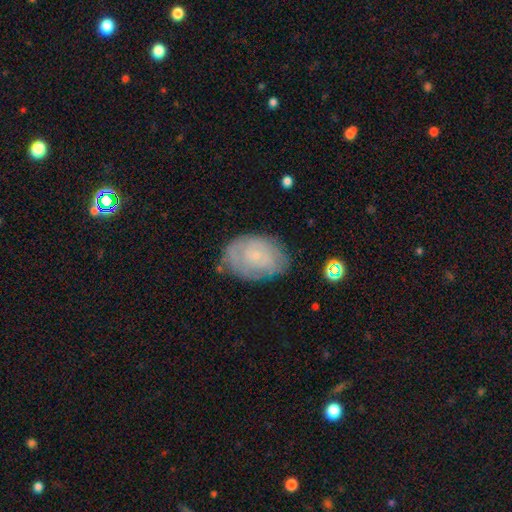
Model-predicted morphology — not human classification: Overall: featured or disk (55%; smooth 37%). Edge-on disk: no (96%). Bar: no (80%). Spiral arms: yes (71%). Bulge size: small (79%). Merging: none (72%).